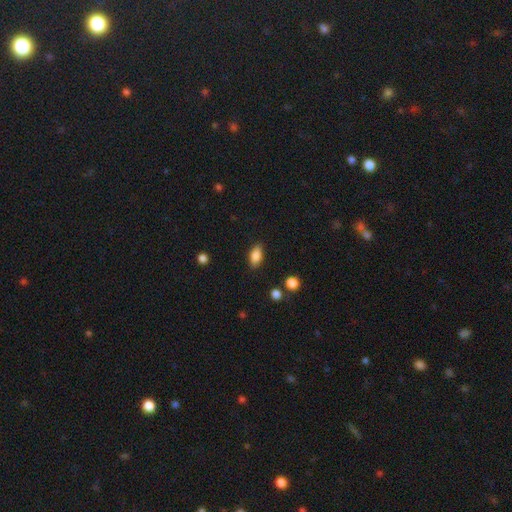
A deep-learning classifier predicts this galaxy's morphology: Overall: smooth (85%). How rounded: in between (88%). Merging: none (86%).